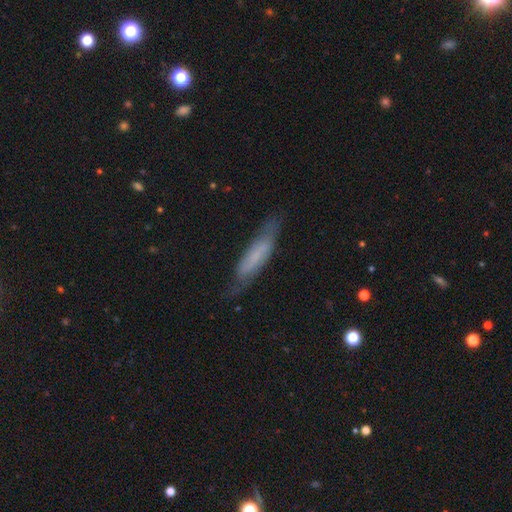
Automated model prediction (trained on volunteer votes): Overall: smooth (53%; featured or disk 39%). How rounded: cigar-shaped (75%). Merging: none (68%).